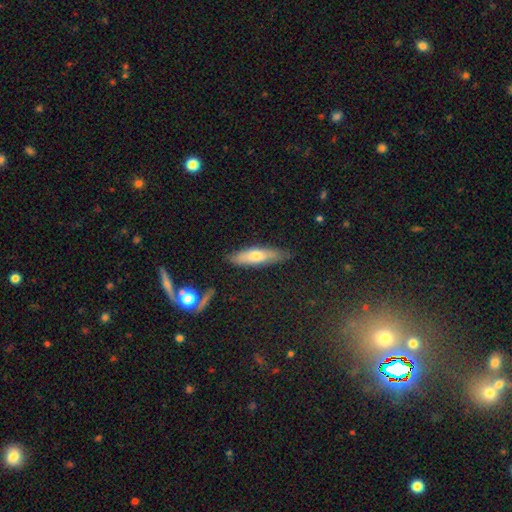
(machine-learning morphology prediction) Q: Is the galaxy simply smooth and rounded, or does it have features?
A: smooth — 61%.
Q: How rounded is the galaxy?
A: cigar-shaped — 66%.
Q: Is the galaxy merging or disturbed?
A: none — 80%.